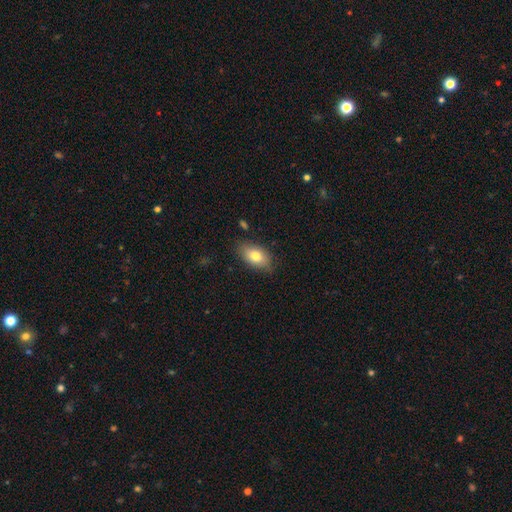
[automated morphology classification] The model was most divided on "smooth or featured": smooth: 78%, featured or disk: 14%, star or artifact: 7%. More confident: how rounded — in between (89%); merging — none (80%).